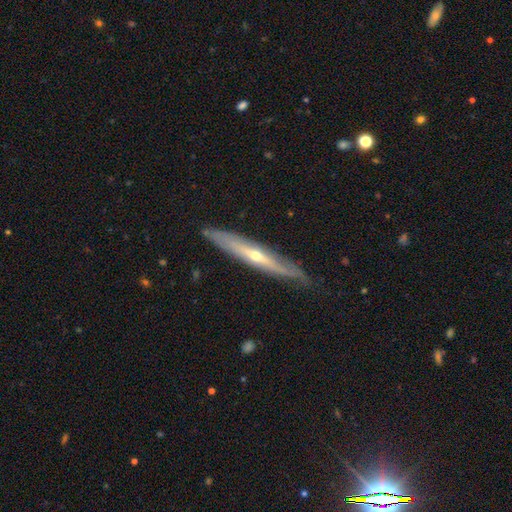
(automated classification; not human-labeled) Overall: featured or disk (71%). Edge-on disk: yes (82%). Edge-on bulge: rounded (78%). Merging: none (79%).